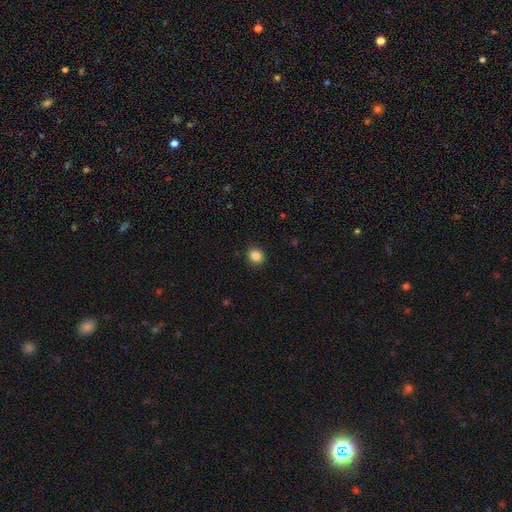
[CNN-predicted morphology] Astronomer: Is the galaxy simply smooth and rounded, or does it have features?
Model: smooth — 85%.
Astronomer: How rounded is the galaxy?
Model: round — 81%.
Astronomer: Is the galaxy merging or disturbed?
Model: none — 90%.